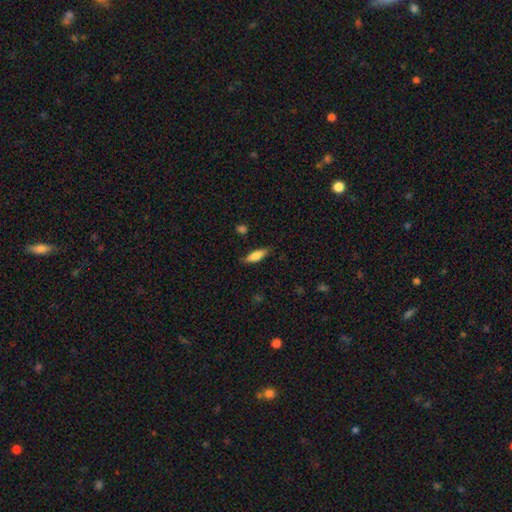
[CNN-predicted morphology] A smooth galaxy with no disk features (80%) that is in between round and cigar-shaped (59%). Merging: none (80%).